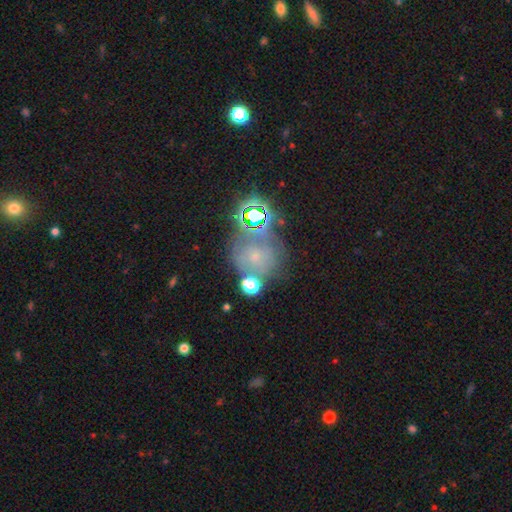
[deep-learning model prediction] The model was most divided on "smooth or featured": star or artifact: 37%, smooth: 33%, featured or disk: 30%.